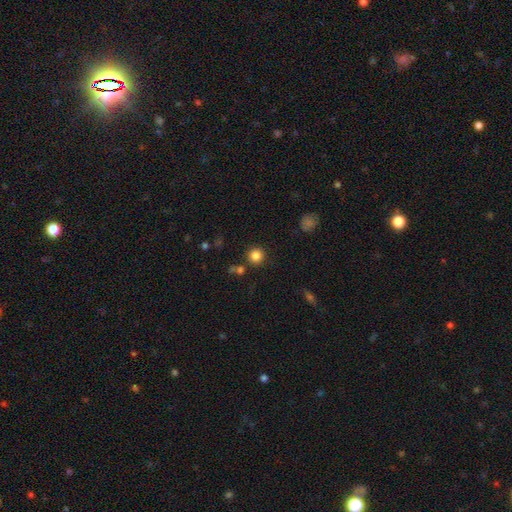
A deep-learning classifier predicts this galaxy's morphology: smooth-or-featured: smooth: 83% | star or artifact: 12% | featured or disk: 5%
  how-rounded: round: 94% | in between: 5% | cigar-shaped: 1%
  merging: none: 84% | minor disturbance: 7% | merger: 6% | major disturbance: 3%